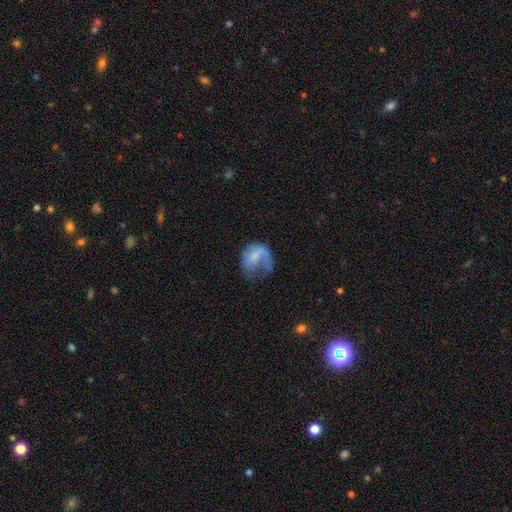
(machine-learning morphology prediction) Smooth or featured?
  - smooth: 51% *
  - featured or disk: 40%
  - star or artifact: 9%
How rounded?
  - in between: 52% *
  - round: 47%
  - cigar-shaped: 1%
Merging?
  - major disturbance: 49% *
  - minor disturbance: 24%
  - none: 24%
  - merger: 3%